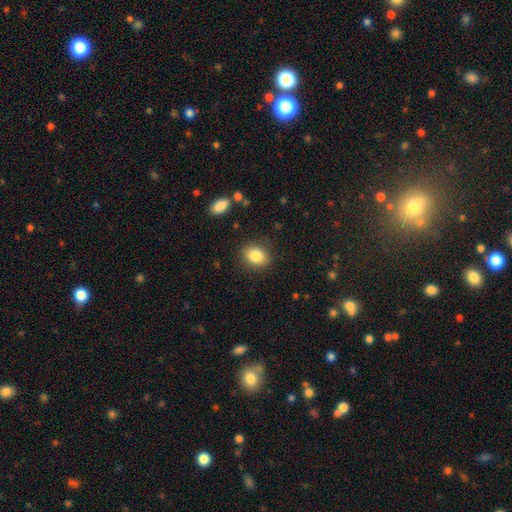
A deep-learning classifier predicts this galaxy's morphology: Smooth or featured? Predicted: smooth (p=0.85). How rounded? Predicted: in between (p=0.53). Merging? Predicted: none (p=0.86).